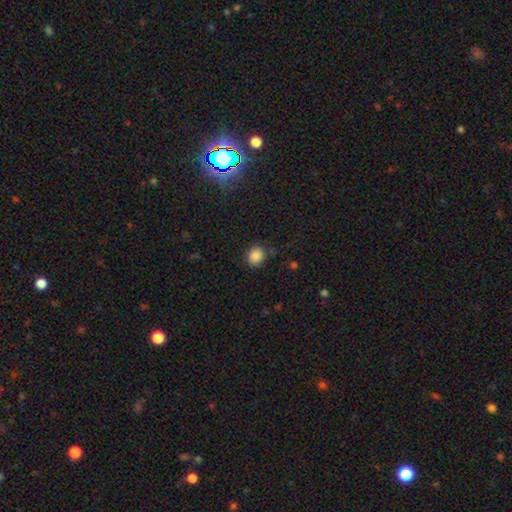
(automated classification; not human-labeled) Morphology: type=smooth (86%); roundness=round (74%); merging=none (82%).